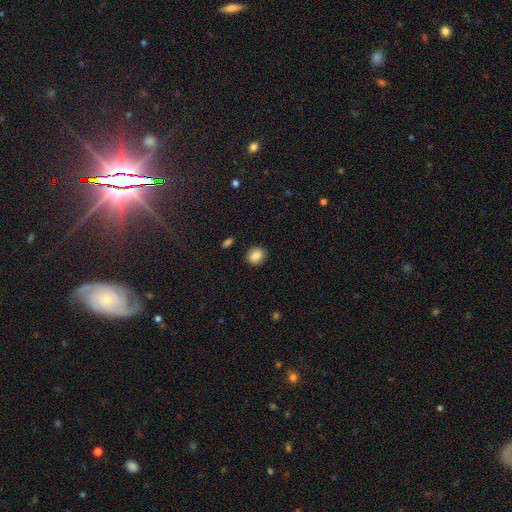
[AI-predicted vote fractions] Morphology: type=smooth (84%); roundness=round (66%); merging=none (85%).